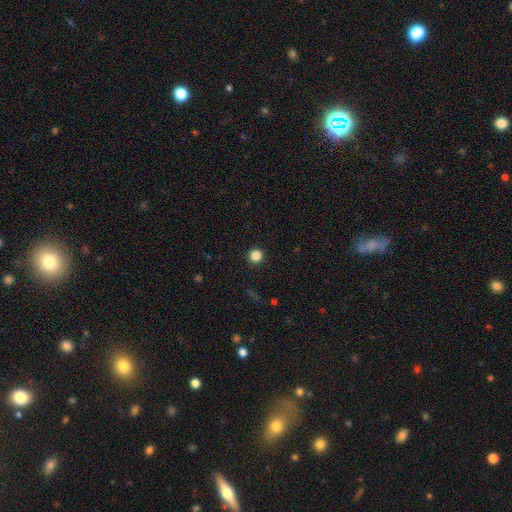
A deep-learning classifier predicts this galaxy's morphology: smooth 84%, star or artifact 12%, featured or disk 4%. Down the decision tree: how rounded — round (95%); merging — none (93%).